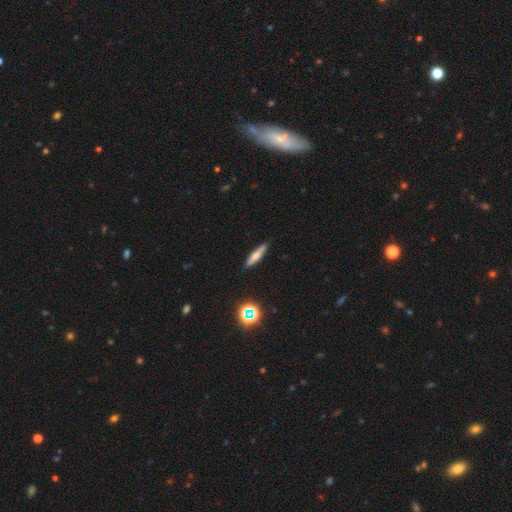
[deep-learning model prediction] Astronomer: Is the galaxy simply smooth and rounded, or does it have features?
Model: smooth — 67%.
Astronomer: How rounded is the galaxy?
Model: cigar-shaped — 83%.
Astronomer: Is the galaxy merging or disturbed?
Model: none — 88%.